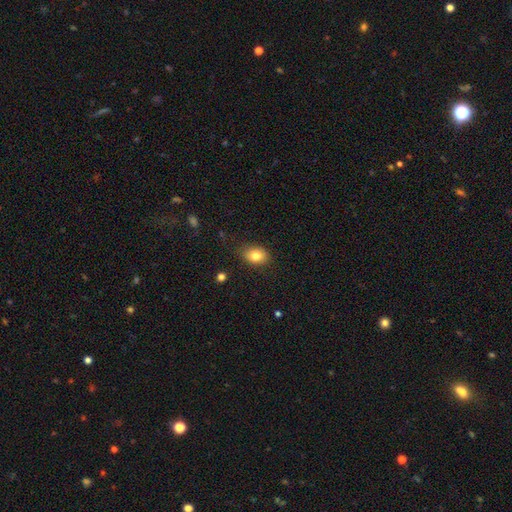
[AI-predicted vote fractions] The model was most divided on "how rounded": in between: 67%, round: 32%, cigar-shaped: 1%. More confident: merging — none (82%); smooth or featured — smooth (81%).